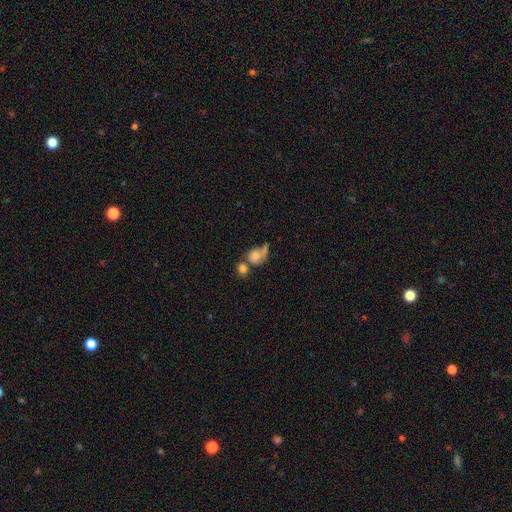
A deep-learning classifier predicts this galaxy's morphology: A smooth galaxy with no disk features (60%) that is round (62%). Merging: merger (44%).